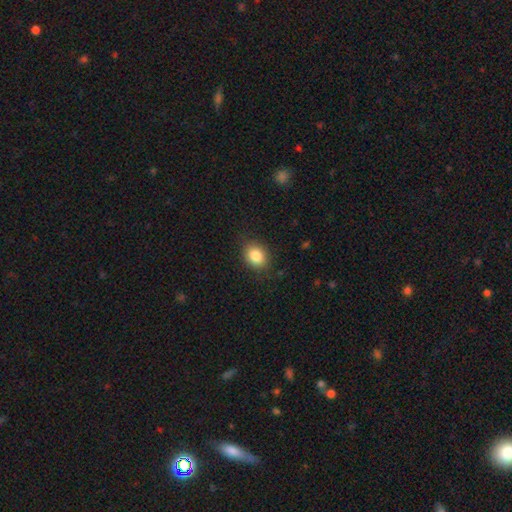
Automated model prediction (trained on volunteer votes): The model was most divided on "how rounded": round: 50%, in between: 49%, cigar-shaped: 1%. More confident: smooth or featured — smooth (85%); merging — none (84%).